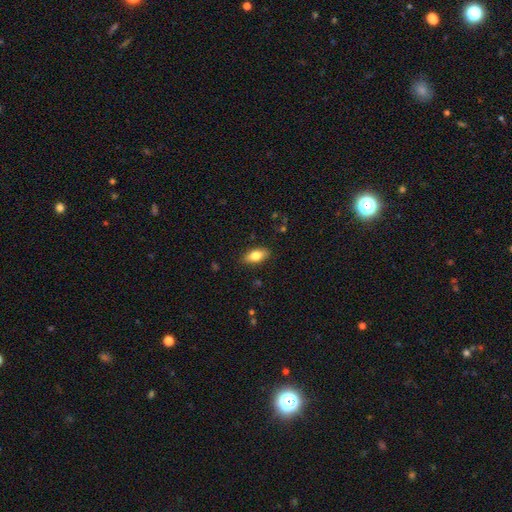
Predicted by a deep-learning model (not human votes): Overall: smooth (74%). How rounded: in between (85%). Merging: none (87%).